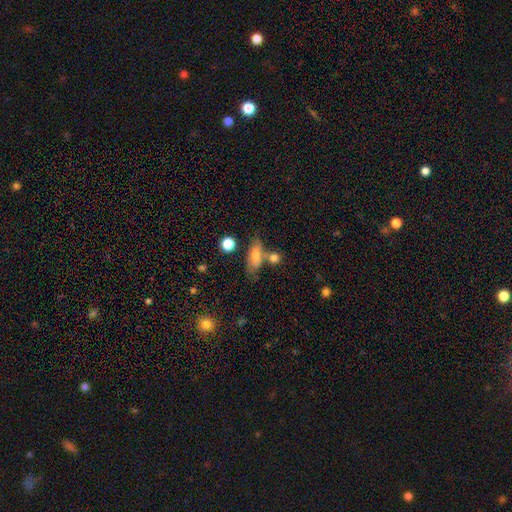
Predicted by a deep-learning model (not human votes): A smooth galaxy with no disk features (67%) that is in between round and cigar-shaped (68%). Merging: none (58%).